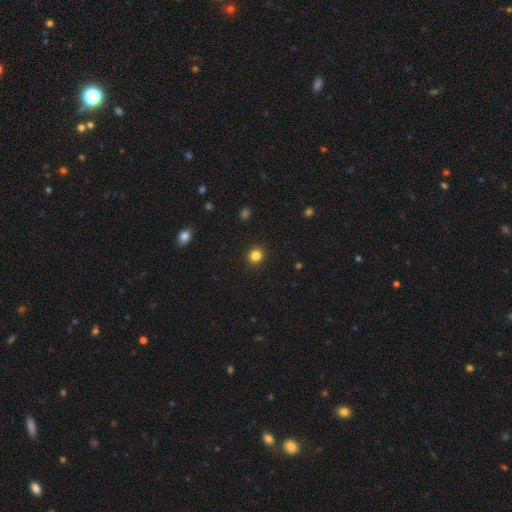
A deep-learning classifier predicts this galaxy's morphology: Overall: smooth (83%). How rounded: round (91%). Merging: none (92%).